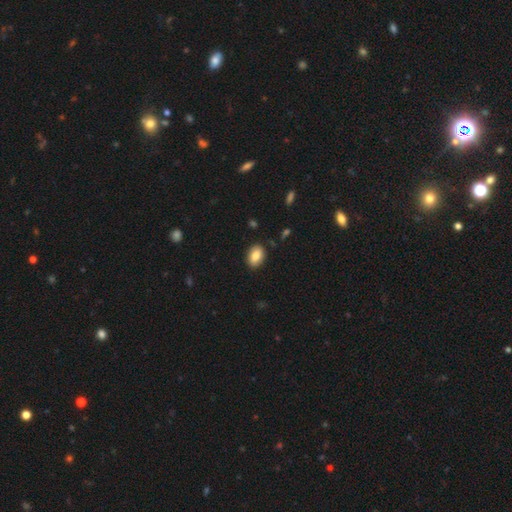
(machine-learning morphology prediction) smooth 86%, star or artifact 7%, featured or disk 7%. Down the decision tree: how rounded — in between (85%); merging — none (88%).